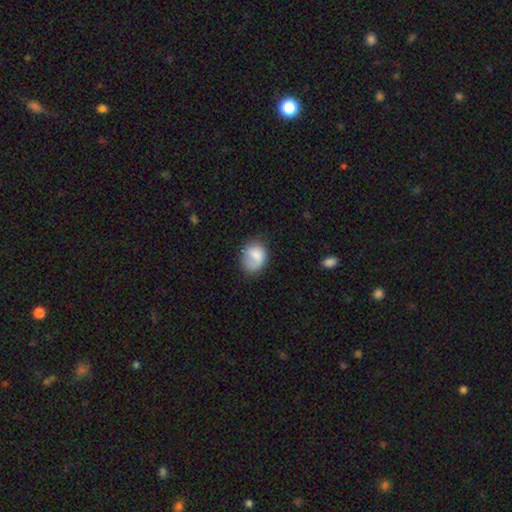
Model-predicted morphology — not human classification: smooth 75%, featured or disk 18%, star or artifact 7%. Down the decision tree: how rounded — round (55%); merging — none (55%).